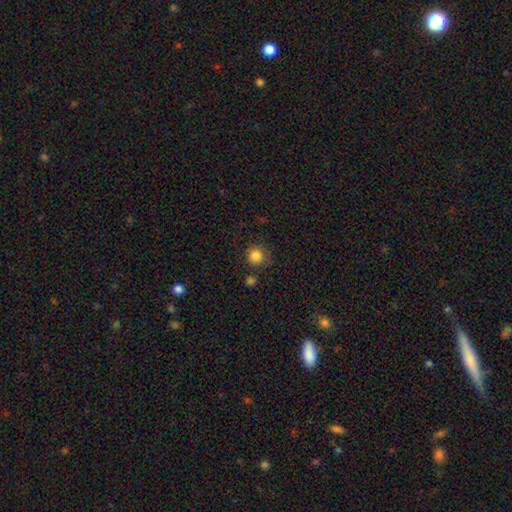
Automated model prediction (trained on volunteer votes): A smooth galaxy with no disk features (84%) that is round (93%). Merging: none (79%).